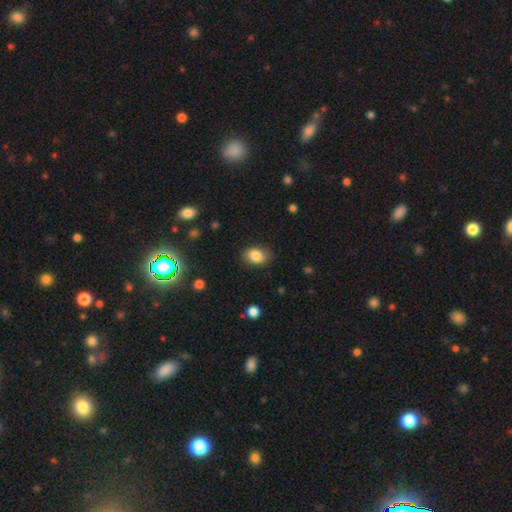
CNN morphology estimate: smooth-or-featured: smooth: 85% | star or artifact: 9% | featured or disk: 6%
  how-rounded: in between: 69% | round: 30% | cigar-shaped: 1%
  merging: none: 82% | minor disturbance: 14% | major disturbance: 3% | merger: 1%